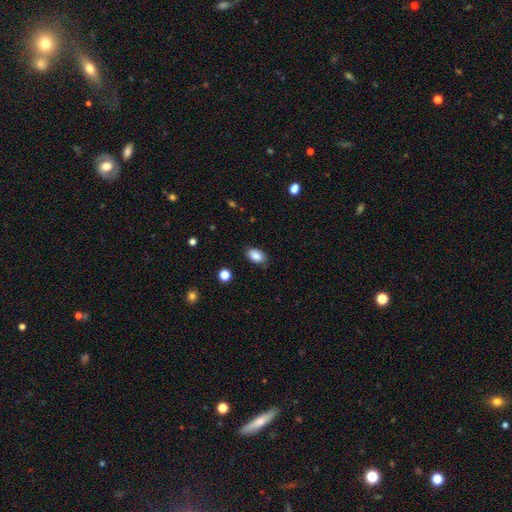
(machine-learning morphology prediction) smooth 87%, star or artifact 8%, featured or disk 5%. Down the decision tree: how rounded — in between (90%); merging — none (84%).